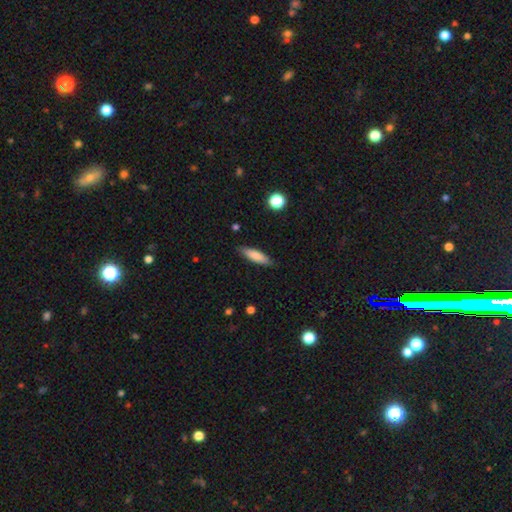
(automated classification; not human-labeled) Smooth or featured? Predicted: smooth (p=0.82). How rounded? Predicted: cigar-shaped (p=0.62). Merging? Predicted: none (p=0.86).